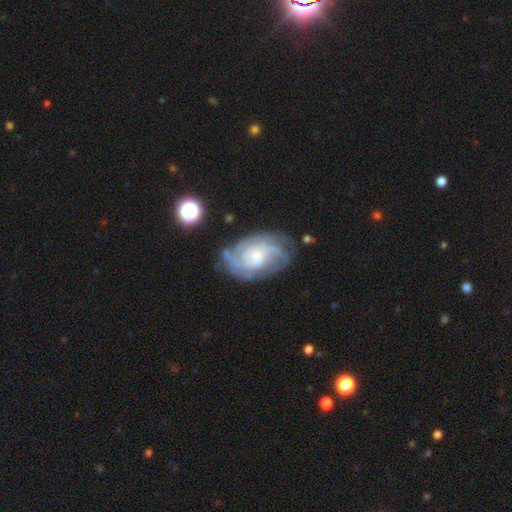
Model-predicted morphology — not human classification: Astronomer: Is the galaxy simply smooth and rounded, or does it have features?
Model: featured or disk — 82%.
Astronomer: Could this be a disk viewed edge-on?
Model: no — 97%.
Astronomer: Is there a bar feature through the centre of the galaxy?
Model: no — 69%.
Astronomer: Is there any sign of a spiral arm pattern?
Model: yes — 93%.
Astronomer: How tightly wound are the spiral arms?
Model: tight — 49% (runner-up: medium, 38%).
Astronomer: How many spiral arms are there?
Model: can't tell — 35% (runner-up: 2, 28%).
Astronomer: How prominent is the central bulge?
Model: small — 50% (runner-up: moderate, 35%).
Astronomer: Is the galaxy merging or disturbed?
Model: none — 64%.